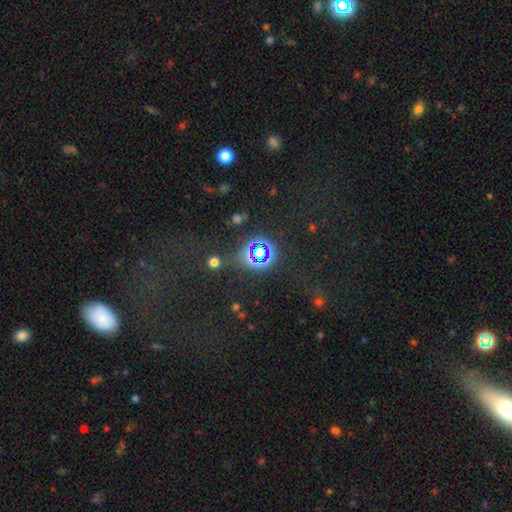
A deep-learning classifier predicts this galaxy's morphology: A star or artifact, not a galaxy (64%).

Vote fractions:
- Smooth or featured? star or artifact: 64% / smooth: 25% / featured or disk: 11%